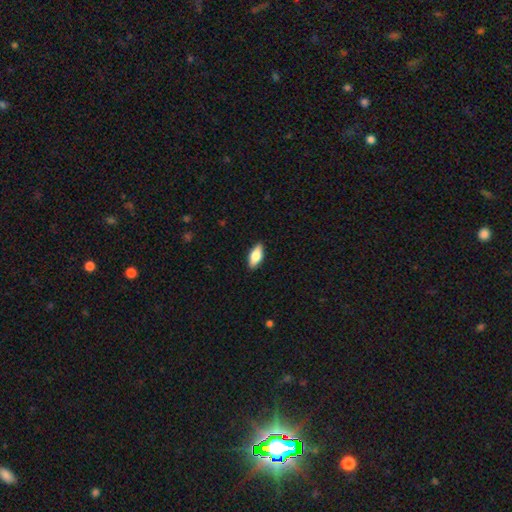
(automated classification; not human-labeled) smooth 76%, featured or disk 18%, star or artifact 6%. Down the decision tree: how rounded — in between (84%); merging — none (88%).